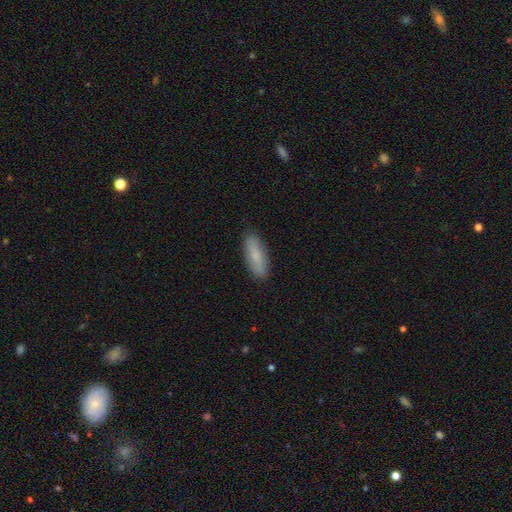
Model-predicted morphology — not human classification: A smooth galaxy with no disk features (79%) that is in between round and cigar-shaped (64%). Merging: none (88%).